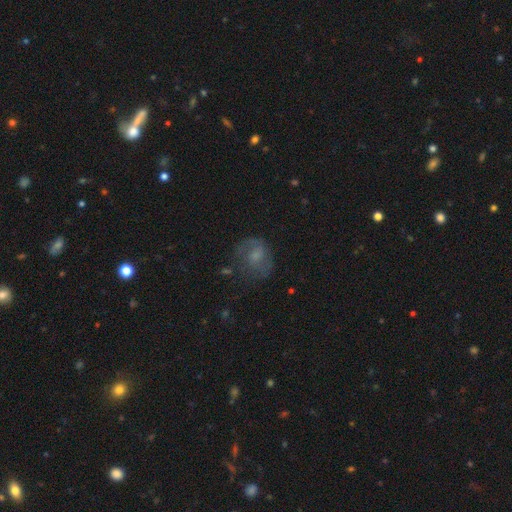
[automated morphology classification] A featured or disk galaxy (44%).

Vote fractions:
- Smooth or featured? featured or disk: 44% / smooth: 42% / star or artifact: 13%
- Merging? none: 55% / minor disturbance: 22% / major disturbance: 20% / merger: 3%